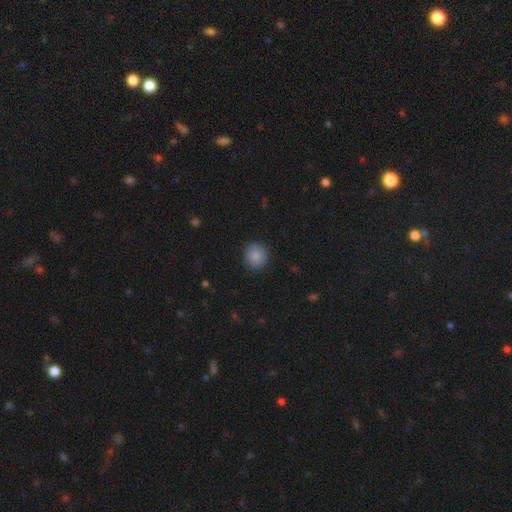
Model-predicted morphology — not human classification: Smooth or featured? smooth (87%)
How rounded? round (89%)
Merging? none (89%)